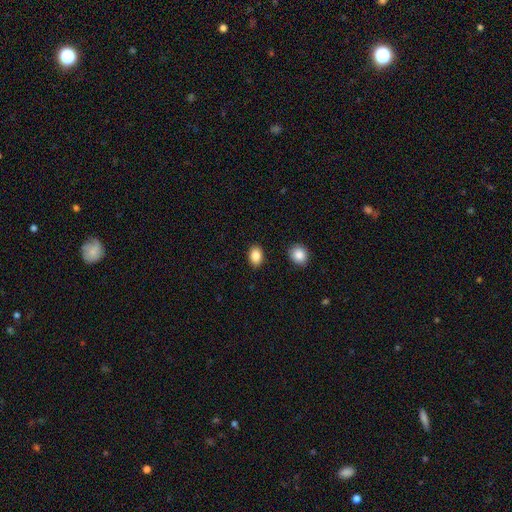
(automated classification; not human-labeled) Smooth or featured? smooth (87%)
How rounded? in between (80%)
Merging? none (88%)